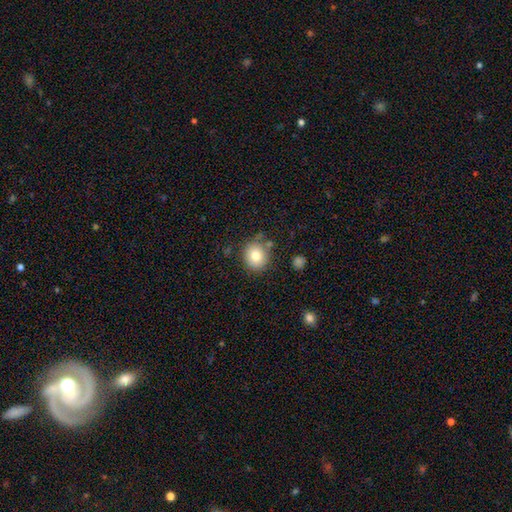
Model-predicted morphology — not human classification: A smooth galaxy with no disk features (79%) that is round (81%). Merging: none (79%).